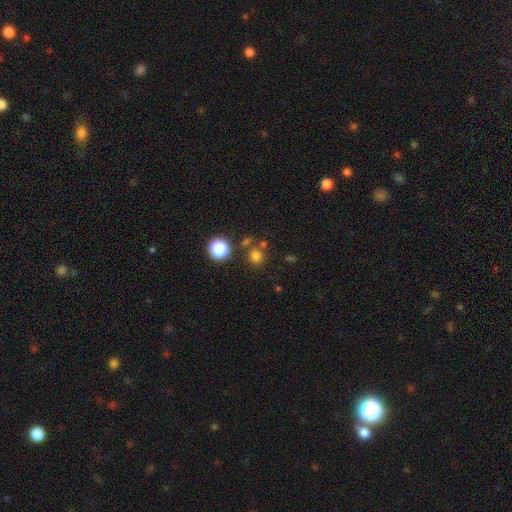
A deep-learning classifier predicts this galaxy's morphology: This appears to be a smooth galaxy with no disk features (75%) that is round (89%). Merging: none (76%).